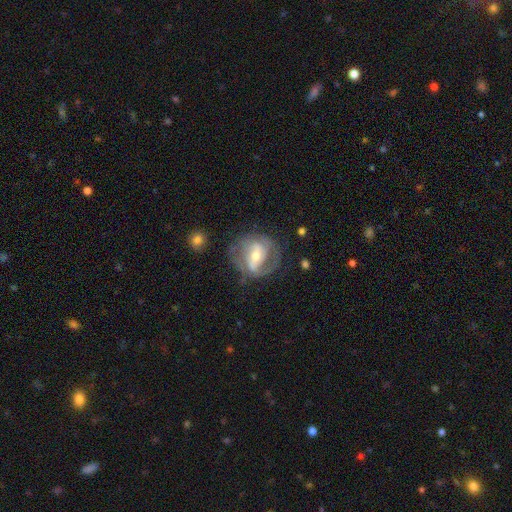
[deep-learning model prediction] The model was most divided on "bar": strong: 40%, weak: 39%, no: 20%. Remaining: edge-on disk — no (96%); spiral arms — yes (84%); smooth or featured — featured or disk (77%); spiral arm count — 2 (65%); merging — none (62%); bulge size — moderate (56%); spiral winding — medium (43%).